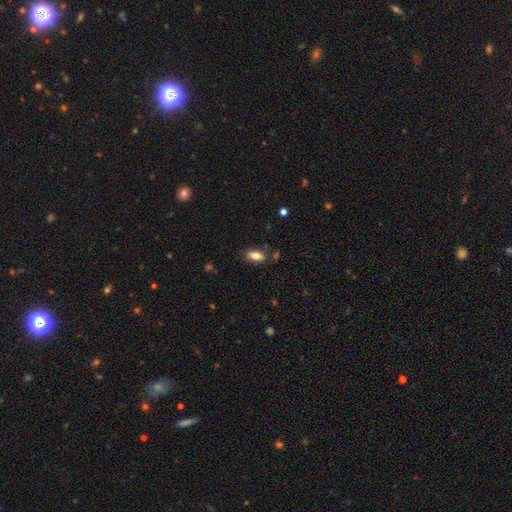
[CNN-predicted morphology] smooth 82%, featured or disk 10%, star or artifact 8%. Down the decision tree: how rounded — in between (88%); merging — none (78%).